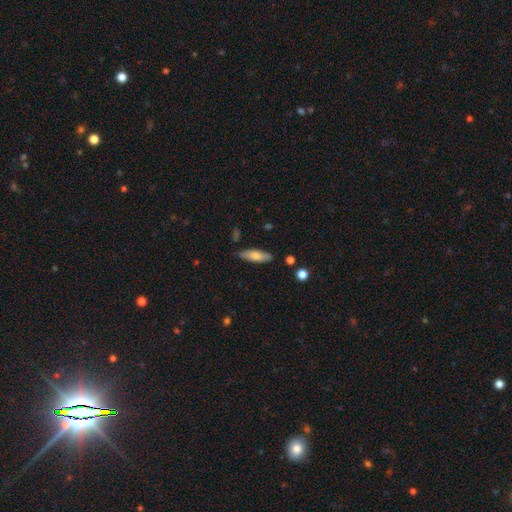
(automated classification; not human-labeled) The model was most divided on "how rounded": in between: 51%, cigar-shaped: 47%, round: 2%. More confident: merging — none (83%); smooth or featured — smooth (73%).